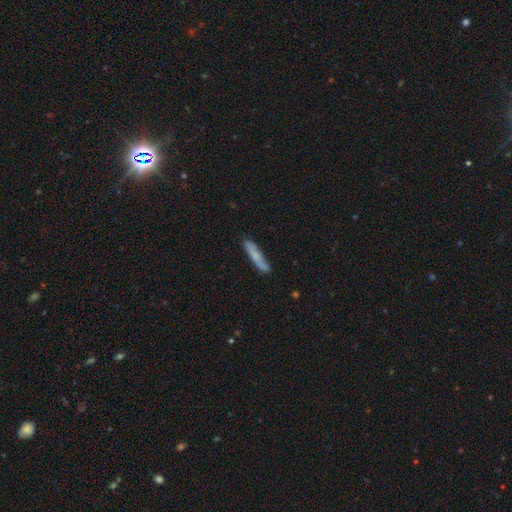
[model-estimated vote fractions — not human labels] This is likely a smooth galaxy (66%). How rounded: clearly cigar-shaped (91%). Merging: likely none (79%).